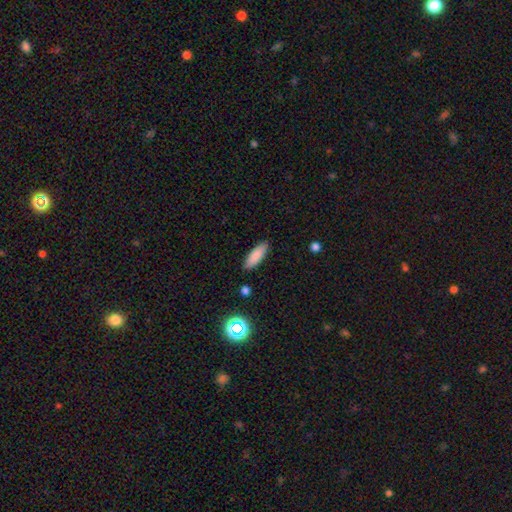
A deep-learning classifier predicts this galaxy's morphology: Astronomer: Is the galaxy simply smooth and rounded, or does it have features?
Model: smooth — 86%.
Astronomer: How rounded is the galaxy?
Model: in between — 53% (runner-up: cigar-shaped, 46%).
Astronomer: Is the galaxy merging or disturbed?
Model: none — 88%.